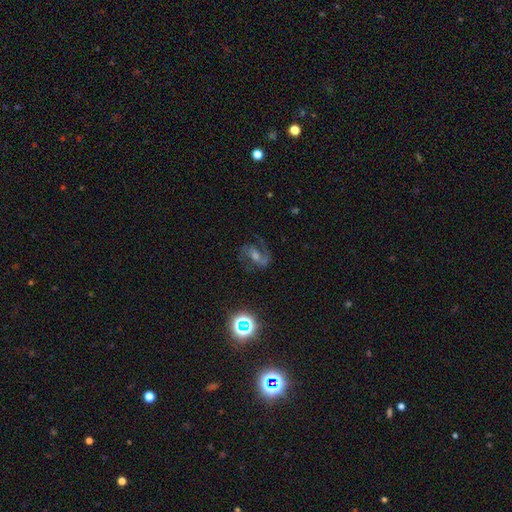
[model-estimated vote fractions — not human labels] A featured or disk galaxy (75%) with a weak bar (44%), 2 (84%) medium (55%) spiral arms (95%) and a moderate central bulge (48%). Merging: none (76%).